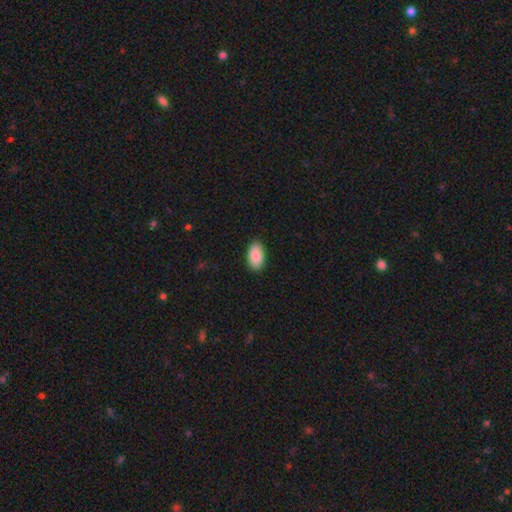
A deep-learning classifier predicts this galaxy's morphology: A smooth galaxy with no disk features (90%) that is in between round and cigar-shaped (95%).

Vote fractions:
- Smooth or featured? smooth: 90% / star or artifact: 6% / featured or disk: 4%
- How rounded? in between: 95% / round: 3% / cigar-shaped: 2%
- Merging? none: 89% / minor disturbance: 8% / major disturbance: 2% / merger: 1%